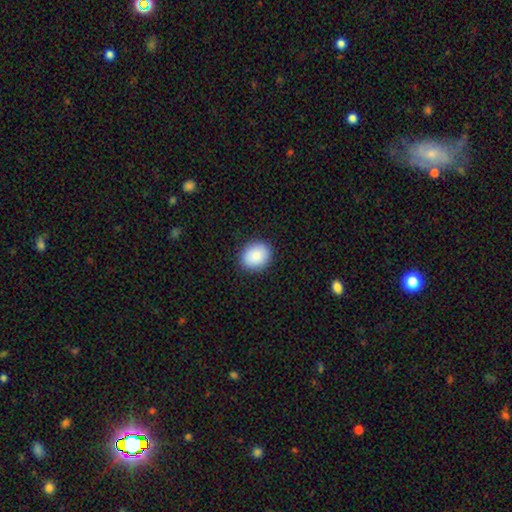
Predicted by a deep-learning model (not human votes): Smooth or featured? smooth (88%)
How rounded? round (65%)
Merging? none (90%)